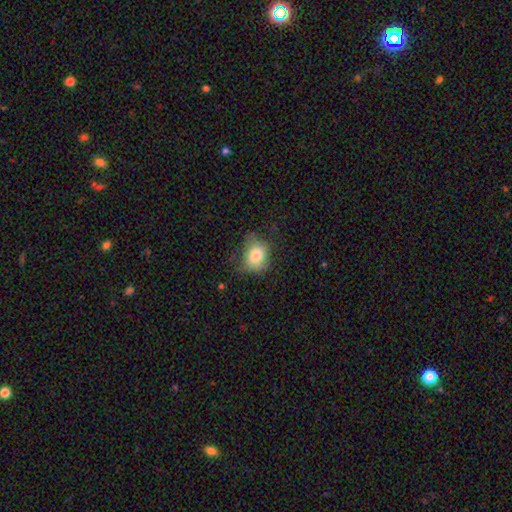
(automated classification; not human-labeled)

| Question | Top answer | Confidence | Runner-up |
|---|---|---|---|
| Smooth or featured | smooth | 77% | featured or disk (13%) |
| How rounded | in between | 52% | round (47%) |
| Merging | none | 52% | minor disturbance (31%) |